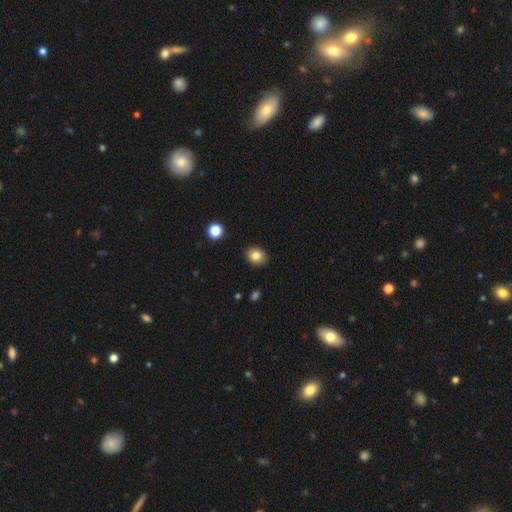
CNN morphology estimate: smooth_or_featured: smooth (p=0.83) [alt: star or artifact p=0.10]
how_rounded: round (p=0.58) [alt: in between p=0.41]
merging: none (p=0.89) [alt: minor disturbance p=0.08]